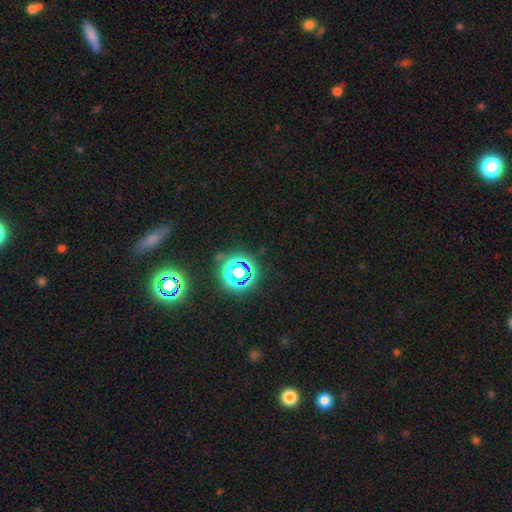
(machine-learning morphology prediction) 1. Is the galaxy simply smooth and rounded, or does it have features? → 69% star or artifact, 23% smooth, 8% featured or disk.